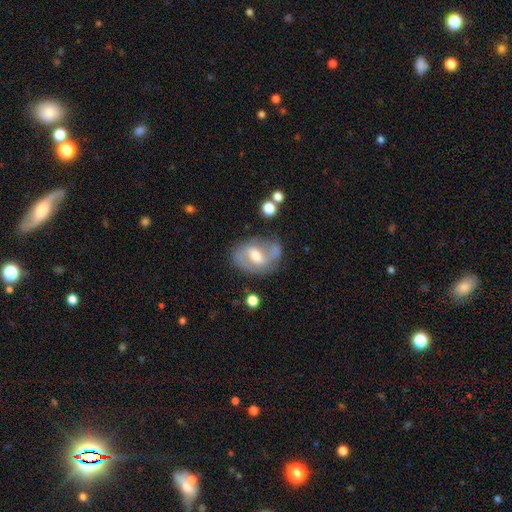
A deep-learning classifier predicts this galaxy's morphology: Smooth or featured? featured or disk (67%)
Edge-on disk? no (96%)
Bar? weak (53%)
Spiral arms? yes (76%)
Bulge size? moderate (63%)
Merging? none (57%)